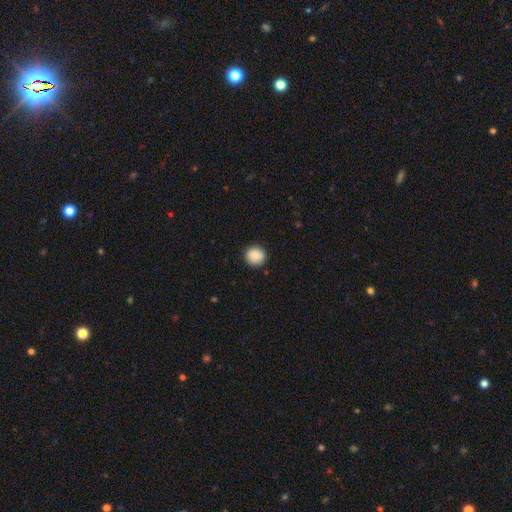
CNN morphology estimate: This is clearly a smooth galaxy (89%). How rounded: clearly round (90%). Merging: clearly none (89%).